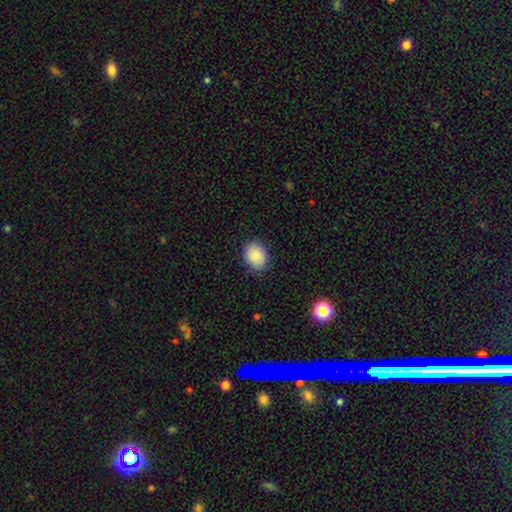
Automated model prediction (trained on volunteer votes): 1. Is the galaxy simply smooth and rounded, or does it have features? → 89% smooth, 7% star or artifact, 4% featured or disk.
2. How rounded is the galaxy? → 55% in between, 44% round, 1% cigar-shaped.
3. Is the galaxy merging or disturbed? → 87% none, 10% minor disturbance, 2% major disturbance, 1% merger.